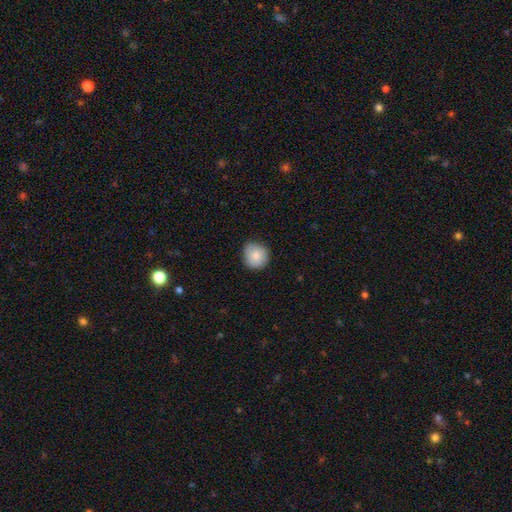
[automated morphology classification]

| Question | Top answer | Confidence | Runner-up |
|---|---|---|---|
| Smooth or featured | smooth | 84% | featured or disk (8%) |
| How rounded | round | 89% | in between (10%) |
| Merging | none | 81% | minor disturbance (16%) |